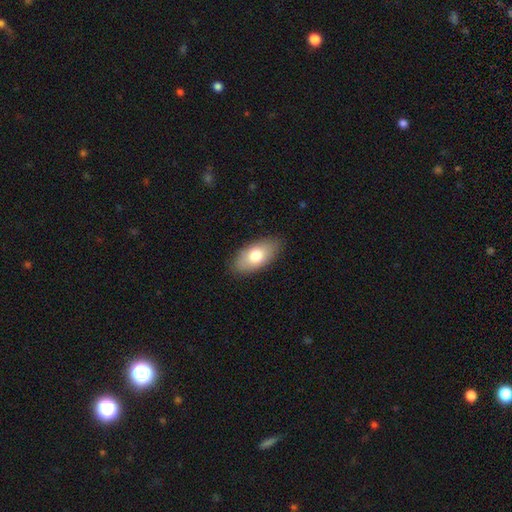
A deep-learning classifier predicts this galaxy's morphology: The model was most divided on "smooth or featured": smooth: 76%, featured or disk: 18%, star or artifact: 6%. More confident: how rounded — in between (92%); merging — none (85%).